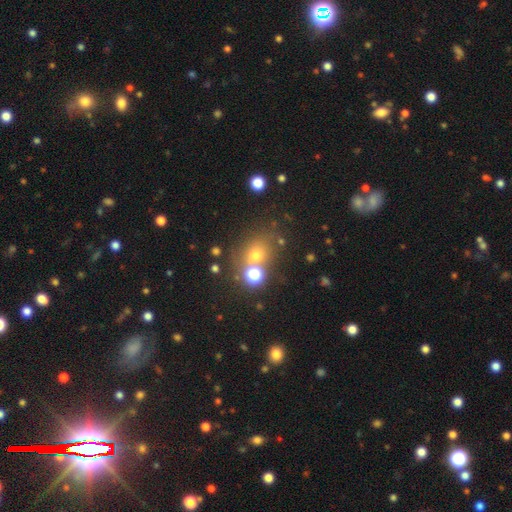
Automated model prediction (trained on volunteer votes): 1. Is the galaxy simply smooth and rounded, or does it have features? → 62% smooth, 26% star or artifact, 12% featured or disk.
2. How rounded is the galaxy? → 68% round, 31% in between, 1% cigar-shaped.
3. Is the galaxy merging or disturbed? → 64% none, 19% merger, 11% minor disturbance, 6% major disturbance.